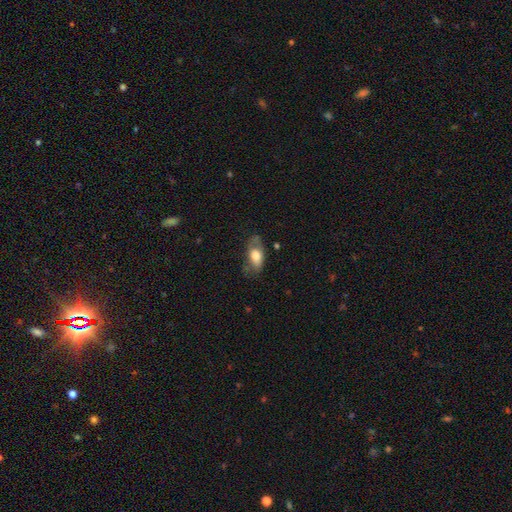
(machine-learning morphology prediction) type=smooth (65%); roundness=in between (87%); merging=none (58%).